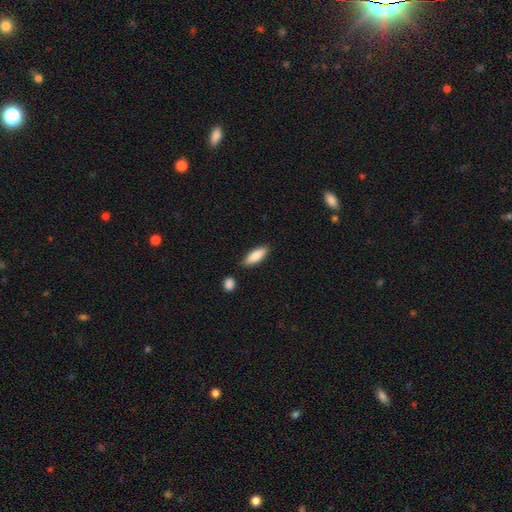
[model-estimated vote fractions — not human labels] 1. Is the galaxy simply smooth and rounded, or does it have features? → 84% smooth, 10% featured or disk, 6% star or artifact.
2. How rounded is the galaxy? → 63% in between, 35% cigar-shaped, 2% round.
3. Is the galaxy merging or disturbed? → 83% none, 11% minor disturbance, 4% merger, 2% major disturbance.